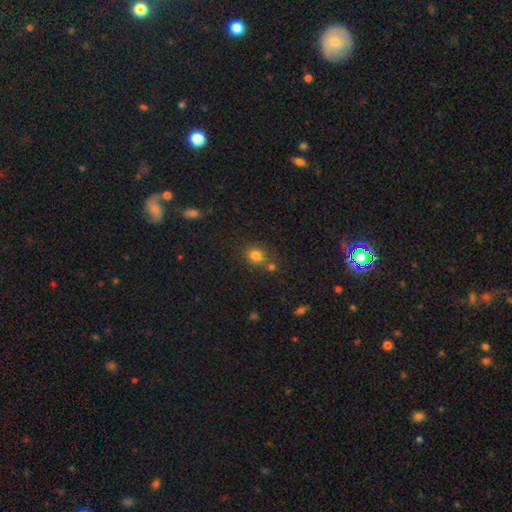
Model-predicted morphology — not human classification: smooth 79%, star or artifact 14%, featured or disk 7%. Down the decision tree: how rounded — round (77%); merging — none (66%).